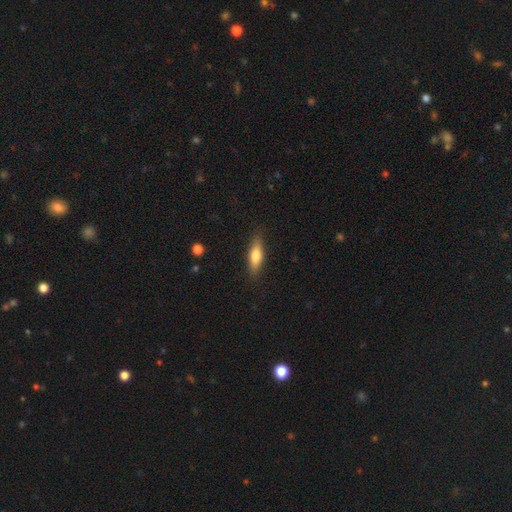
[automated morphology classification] smooth_or_featured: smooth (p=0.69) [alt: featured or disk p=0.25]
how_rounded: cigar-shaped (p=0.50) [alt: in between p=0.47]
merging: none (p=0.85) [alt: minor disturbance p=0.11]